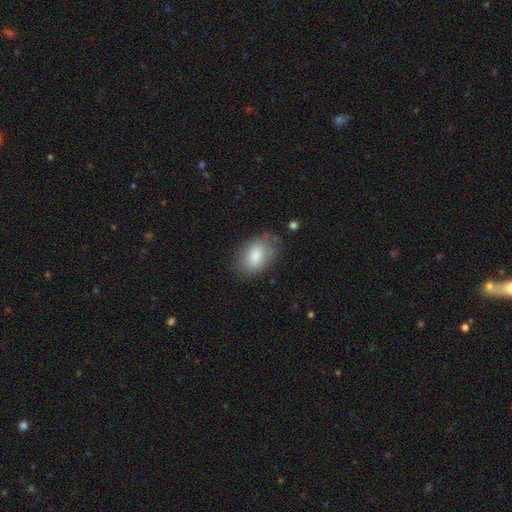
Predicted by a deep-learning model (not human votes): smooth 83%, featured or disk 10%, star or artifact 7%. Down the decision tree: how rounded — in between (85%); merging — none (75%).